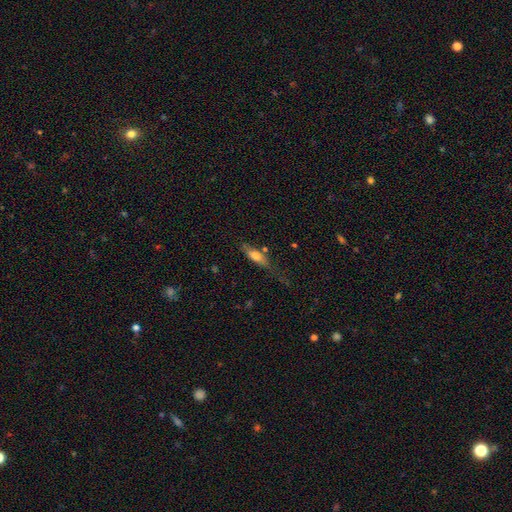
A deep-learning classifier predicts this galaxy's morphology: Smooth or featured?
  - smooth: 64% *
  - featured or disk: 29%
  - star or artifact: 7%
How rounded?
  - in between: 54% *
  - cigar-shaped: 43%
  - round: 3%
Merging?
  - none: 55% *
  - minor disturbance: 26%
  - major disturbance: 12%
  - merger: 7%